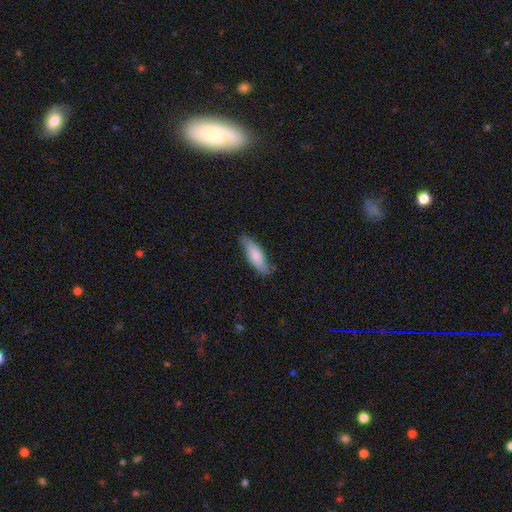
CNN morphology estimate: Smooth or featured? smooth (72%)
How rounded? in between (55%)
Merging? none (70%)